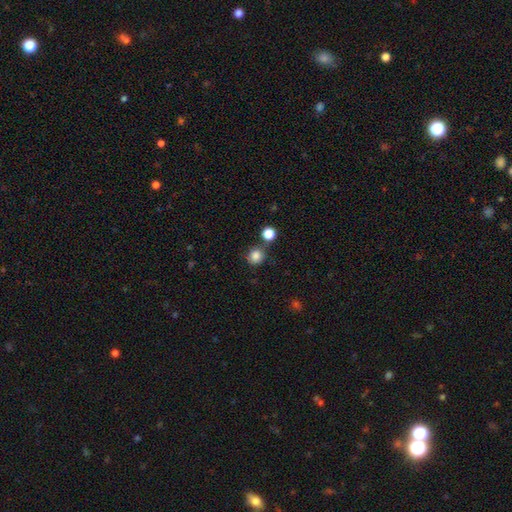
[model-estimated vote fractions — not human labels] Smooth or featured? Predicted: smooth (p=0.84). How rounded? Predicted: round (p=0.88). Merging? Predicted: none (p=0.73).